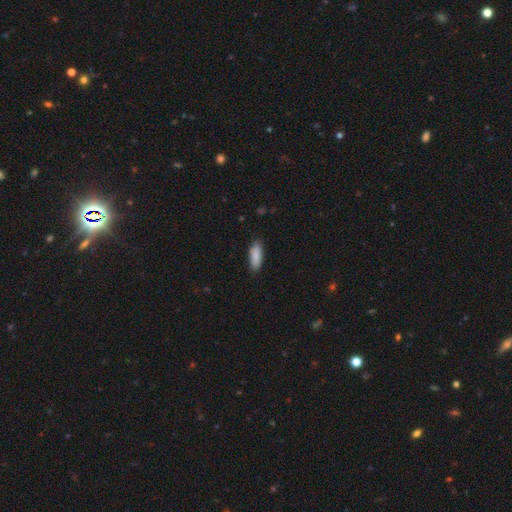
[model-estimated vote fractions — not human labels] Smooth or featured: smooth — 88% (star or artifact — 6%)
How rounded: in between — 66% (cigar-shaped — 32%)
Merging: none — 86% (minor disturbance — 11%)